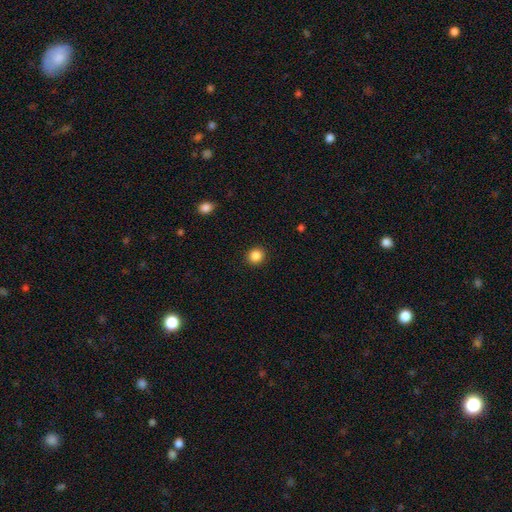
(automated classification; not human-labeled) The model was most divided on "smooth or featured": smooth: 86%, star or artifact: 10%, featured or disk: 4%. More confident: merging — none (92%); how rounded — round (87%).